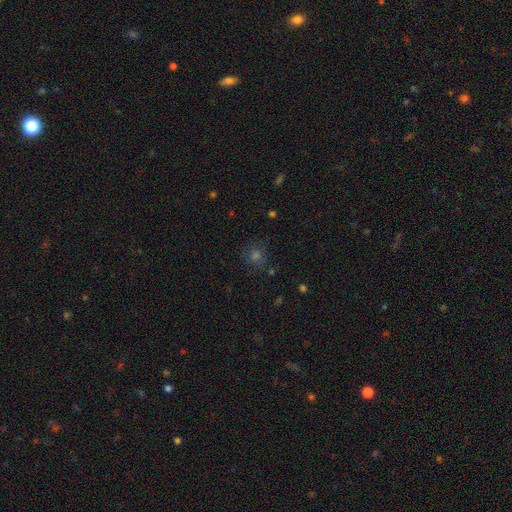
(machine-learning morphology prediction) Overall: smooth (57%; star or artifact 33%). How rounded: round (86%). Merging: none (81%).